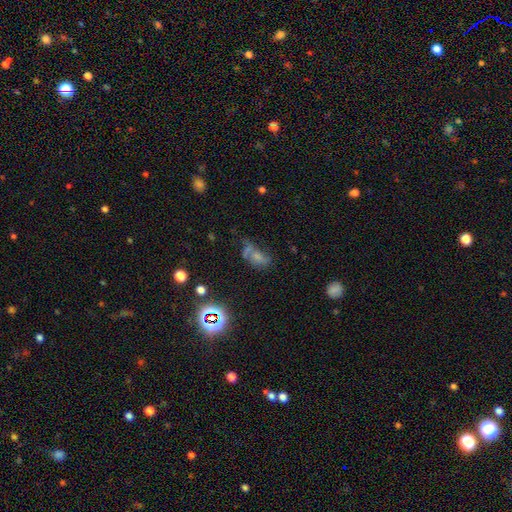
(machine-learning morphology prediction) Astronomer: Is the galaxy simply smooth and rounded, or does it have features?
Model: smooth — 41% (runner-up: featured or disk, 30%).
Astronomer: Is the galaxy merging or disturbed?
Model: none — 34% (runner-up: major disturbance, 24%).